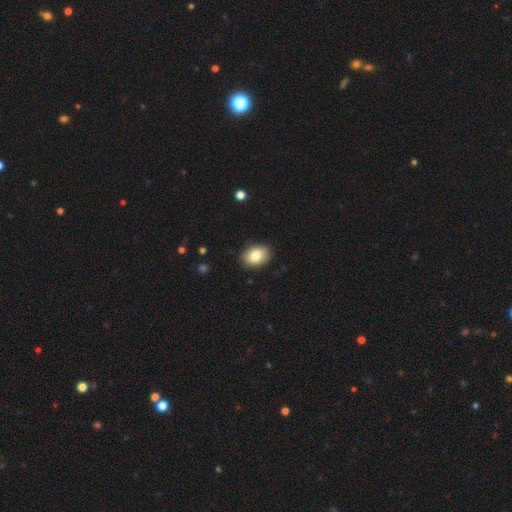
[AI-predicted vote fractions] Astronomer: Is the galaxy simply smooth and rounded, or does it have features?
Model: smooth — 83%.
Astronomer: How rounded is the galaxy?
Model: in between — 80%.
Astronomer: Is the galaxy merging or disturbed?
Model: none — 89%.